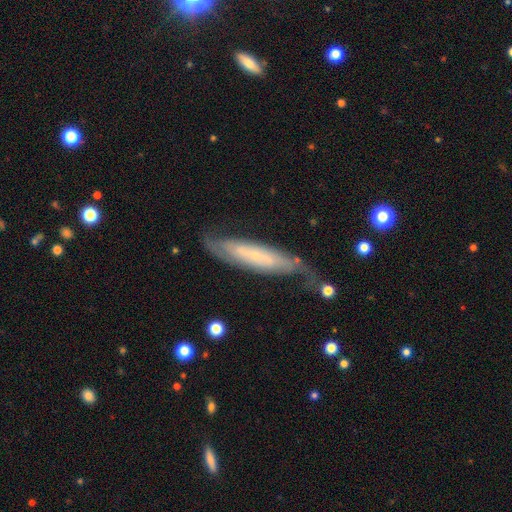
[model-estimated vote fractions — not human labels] Smooth or featured? Predicted: featured or disk (p=0.70). Edge-on disk? Predicted: no (p=0.68). Merging? Predicted: none (p=0.62).